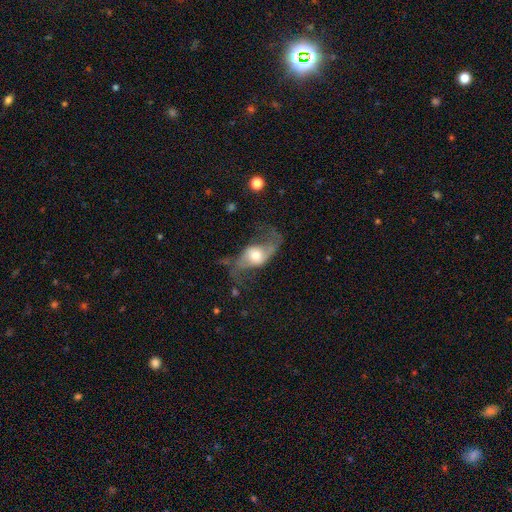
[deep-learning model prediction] Smooth or featured? featured or disk (76%)
Edge-on disk? no (93%)
Bar? no (57%)
Spiral arms? yes (89%)
Spiral winding? loose (78%)
Spiral arm count? 2 (89%)
Bulge size? moderate (60%)
Merging? none (49%)